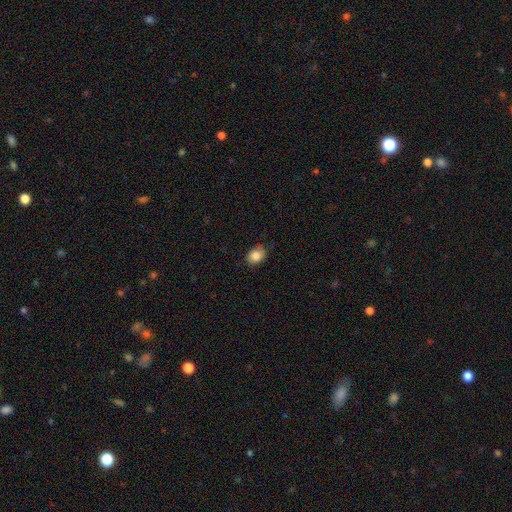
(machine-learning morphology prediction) Smooth or featured? smooth (86%)
How rounded? in between (60%)
Merging? none (78%)